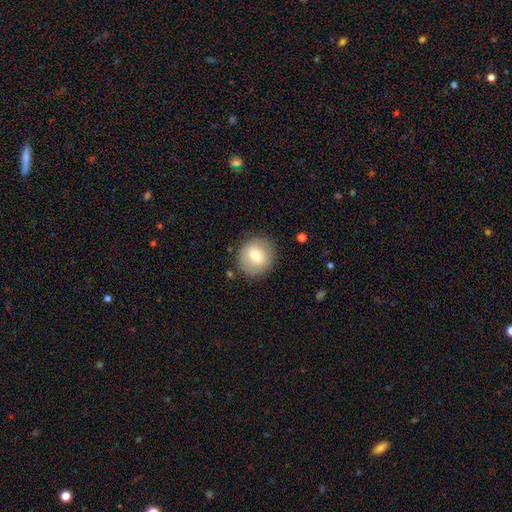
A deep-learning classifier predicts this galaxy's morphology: Q: Smooth or featured?
A: smooth (69%); runner-up: featured or disk (23%)
Q: How rounded?
A: round (85%); runner-up: in between (14%)
Q: Merging?
A: none (85%); runner-up: minor disturbance (10%)